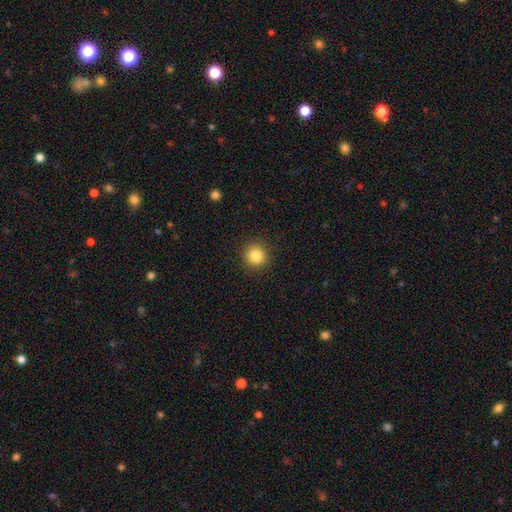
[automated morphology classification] Smooth or featured: smooth — 84% (star or artifact — 11%)
How rounded: round — 93% (in between — 6%)
Merging: none — 91% (minor disturbance — 6%)